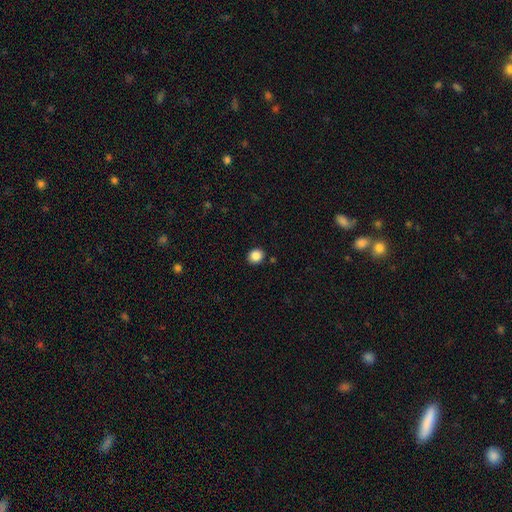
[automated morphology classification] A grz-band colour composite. It shows a smooth galaxy with no disk features (87%) that is round (76%). Merging: none (89%).